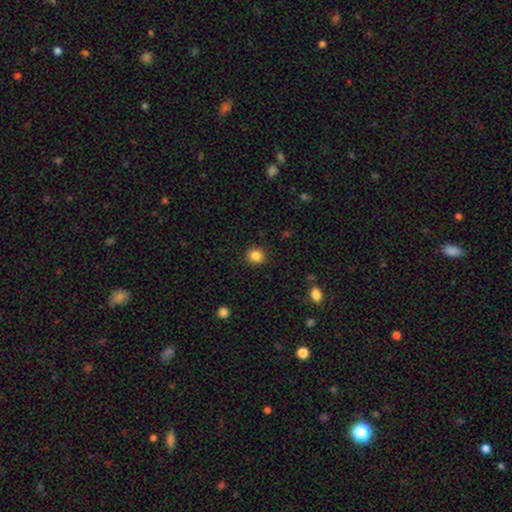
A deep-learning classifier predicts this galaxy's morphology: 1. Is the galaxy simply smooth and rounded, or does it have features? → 85% smooth, 11% star or artifact, 4% featured or disk.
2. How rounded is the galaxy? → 88% round, 11% in between, 1% cigar-shaped.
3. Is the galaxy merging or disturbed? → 91% none, 6% minor disturbance, 2% major disturbance, 1% merger.